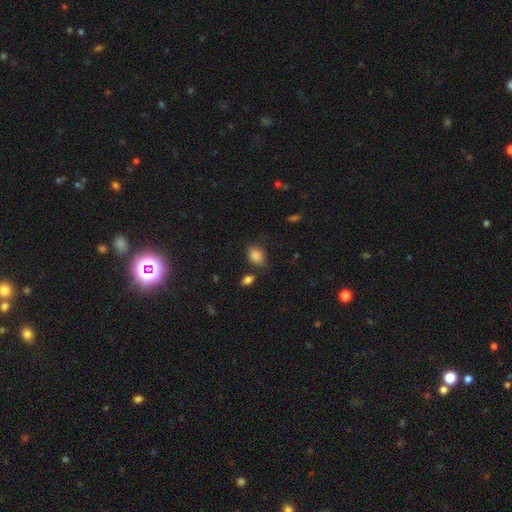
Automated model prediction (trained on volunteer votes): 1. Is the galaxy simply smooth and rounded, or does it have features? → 86% smooth, 9% star or artifact, 5% featured or disk.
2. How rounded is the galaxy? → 78% in between, 21% round, 1% cigar-shaped.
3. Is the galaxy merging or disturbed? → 65% none, 23% minor disturbance, 6% major disturbance, 6% merger.